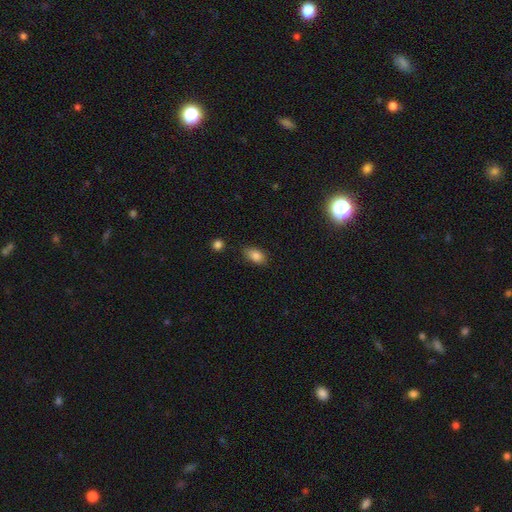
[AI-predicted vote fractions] smooth-or-featured: smooth: 85% | star or artifact: 9% | featured or disk: 6%
  how-rounded: in between: 88% | round: 9% | cigar-shaped: 2%
  merging: none: 80% | minor disturbance: 15% | major disturbance: 3% | merger: 2%